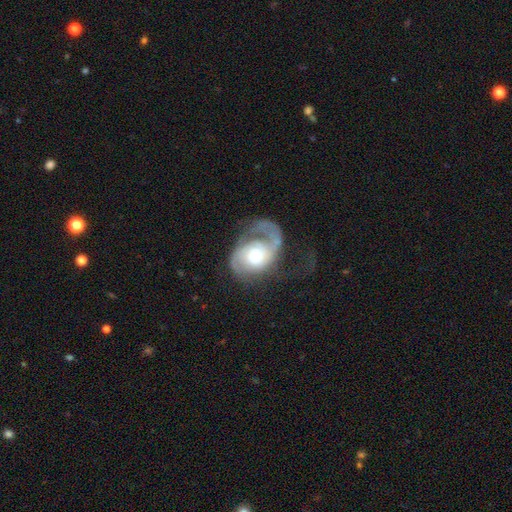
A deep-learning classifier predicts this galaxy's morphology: The model was most divided on "spiral arm count": 1: 45%, 2: 40%, can't tell: 9%, 3: 3%, 4: 1%, more than 4: 1%. Remaining: edge-on disk — no (97%); spiral arms — yes (89%); smooth or featured — featured or disk (78%); bar — no (70%); bulge size — moderate (58%); merging — major disturbance (49%); spiral winding — medium (40%).